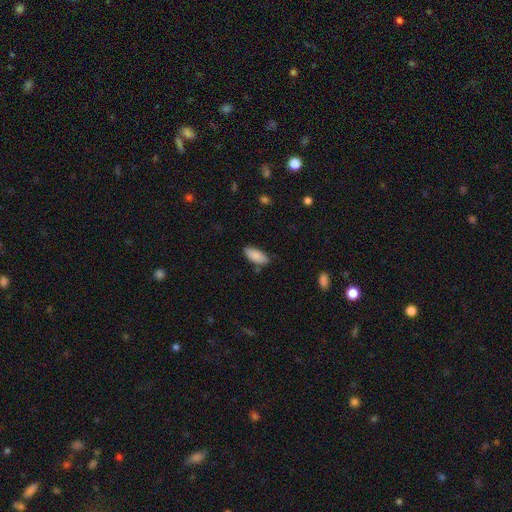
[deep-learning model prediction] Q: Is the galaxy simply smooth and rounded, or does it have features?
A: smooth — 89%.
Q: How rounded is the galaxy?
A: in between — 86%.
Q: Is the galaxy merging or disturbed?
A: none — 79%.